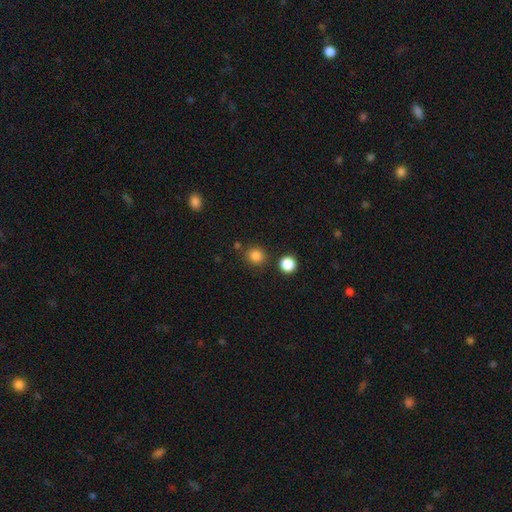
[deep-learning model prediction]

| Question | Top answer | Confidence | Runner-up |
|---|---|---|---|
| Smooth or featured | smooth | 83% | star or artifact (13%) |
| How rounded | round | 88% | in between (11%) |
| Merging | none | 83% | minor disturbance (8%) |